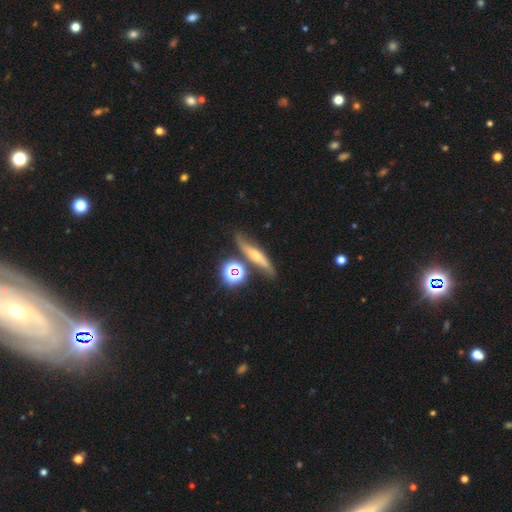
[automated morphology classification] smooth_or_featured: featured or disk (p=0.58) [alt: smooth p=0.28]
disk_edge_on: yes (p=0.73) [alt: no p=0.27]
merging: none (p=0.68) [alt: minor disturbance p=0.18]